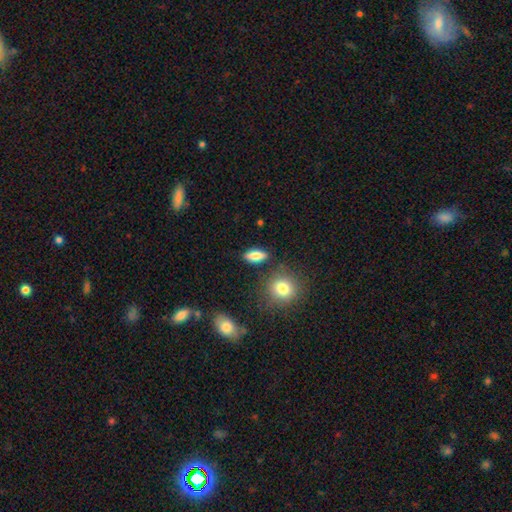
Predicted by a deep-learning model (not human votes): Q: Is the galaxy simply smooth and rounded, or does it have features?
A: smooth — 82%.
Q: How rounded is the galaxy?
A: in between — 78%.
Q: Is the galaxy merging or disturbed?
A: none — 81%.